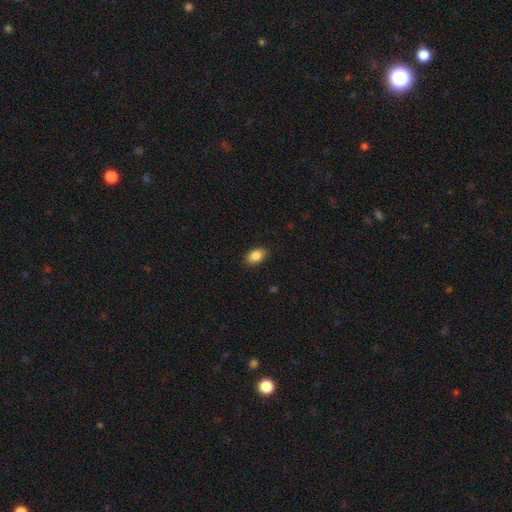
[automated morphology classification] smooth_or_featured: smooth (p=0.87) [alt: star or artifact p=0.08]
how_rounded: in between (p=0.89) [alt: round p=0.10]
merging: none (p=0.88) [alt: minor disturbance p=0.09]